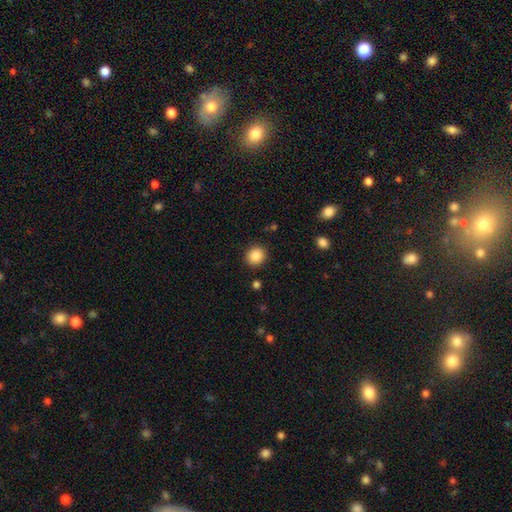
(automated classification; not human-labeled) The model was most divided on "how rounded": round: 83%, in between: 16%, cigar-shaped: 1%. More confident: merging — none (89%); smooth or featured — smooth (87%).